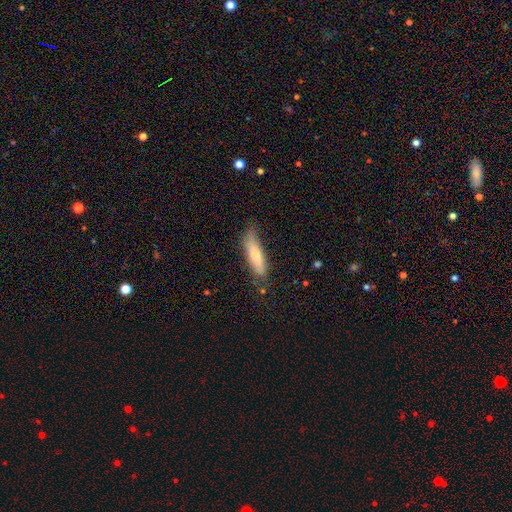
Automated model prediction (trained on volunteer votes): Smooth or featured: smooth — 73% (featured or disk — 21%)
How rounded: cigar-shaped — 64% (in between — 34%)
Merging: none — 67% (minor disturbance — 24%)